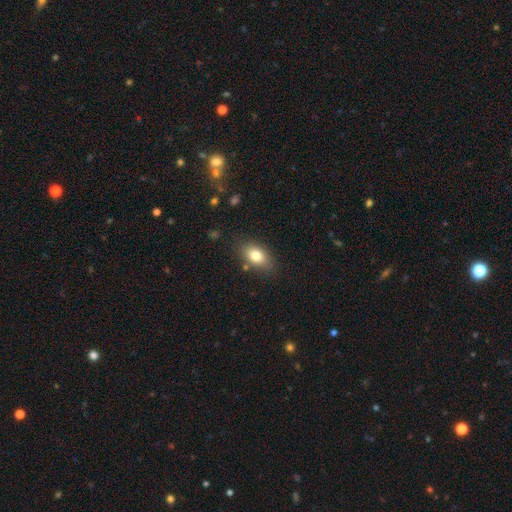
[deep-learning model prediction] A smooth galaxy with no disk features (79%) that is in between round and cigar-shaped (85%). Merging: none (79%).